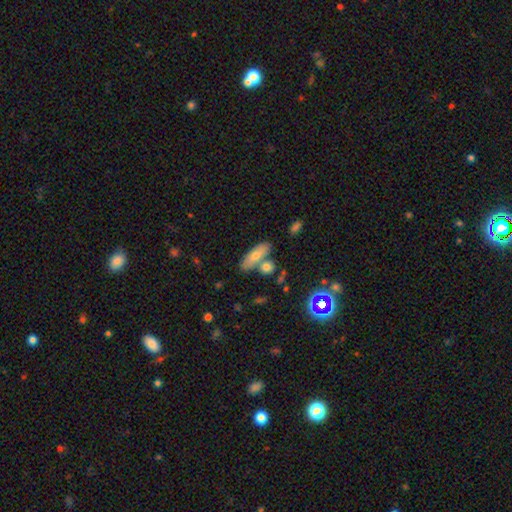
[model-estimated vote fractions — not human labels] The model was most divided on "how rounded": in between: 54%, cigar-shaped: 42%, round: 4%. More confident: smooth or featured — smooth (66%); merging — none (65%).